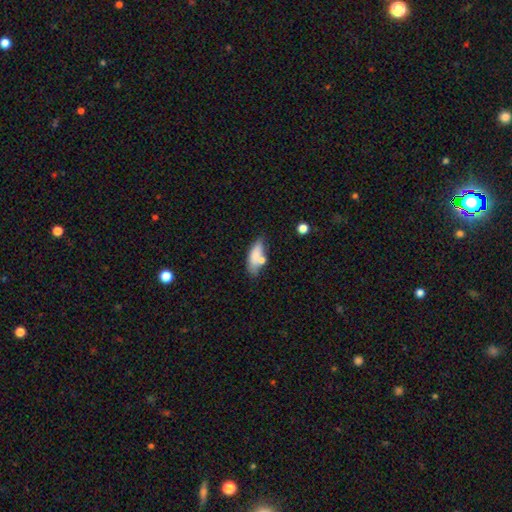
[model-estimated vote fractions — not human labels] A smooth galaxy with no disk features (77%) that is in between round and cigar-shaped (76%).

Vote fractions:
- Smooth or featured? smooth: 77% / featured or disk: 15% / star or artifact: 7%
- How rounded? in between: 76% / cigar-shaped: 21% / round: 3%
- Merging? none: 57% / minor disturbance: 21% / merger: 15% / major disturbance: 6%